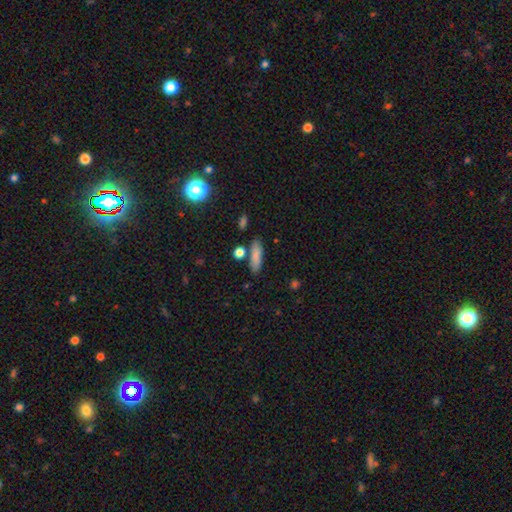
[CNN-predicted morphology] A smooth galaxy with no disk features (83%) that is in between round and cigar-shaped (49%).

Vote fractions:
- Smooth or featured? smooth: 83% / featured or disk: 9% / star or artifact: 8%
- How rounded? in between: 49% / cigar-shaped: 46% / round: 5%
- Merging? none: 77% / minor disturbance: 12% / merger: 8% / major disturbance: 3%